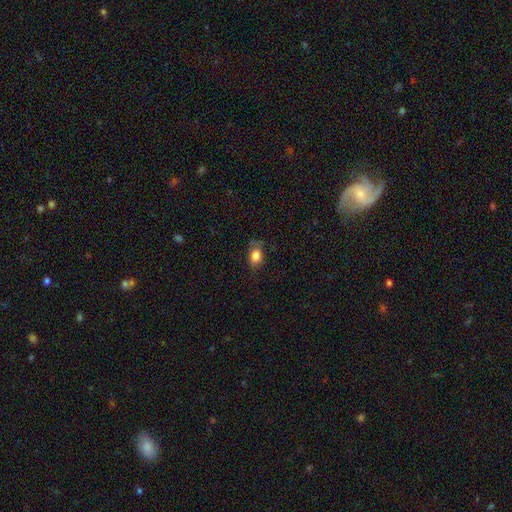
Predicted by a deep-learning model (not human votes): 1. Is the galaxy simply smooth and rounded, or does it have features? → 83% smooth, 10% star or artifact, 7% featured or disk.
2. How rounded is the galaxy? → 74% in between, 24% round, 2% cigar-shaped.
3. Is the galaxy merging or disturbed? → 65% none, 26% minor disturbance, 7% major disturbance, 2% merger.